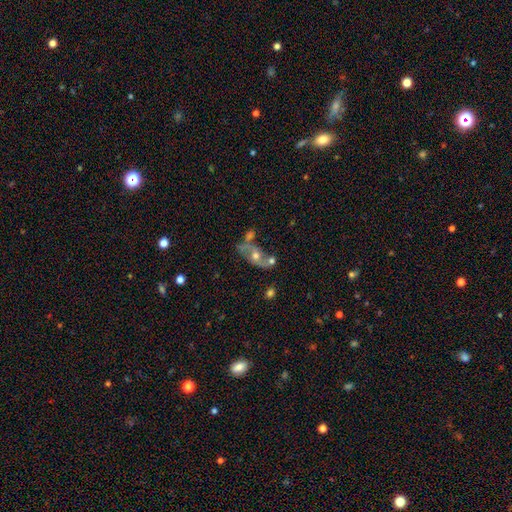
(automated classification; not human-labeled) Smooth or featured? Predicted: featured or disk (p=0.67). Edge-on disk? Predicted: no (p=0.88). Bar? Predicted: no (p=0.75). Spiral arms? Predicted: yes (p=0.69). Bulge size? Predicted: moderate (p=0.70). Merging? Predicted: none (p=0.43).